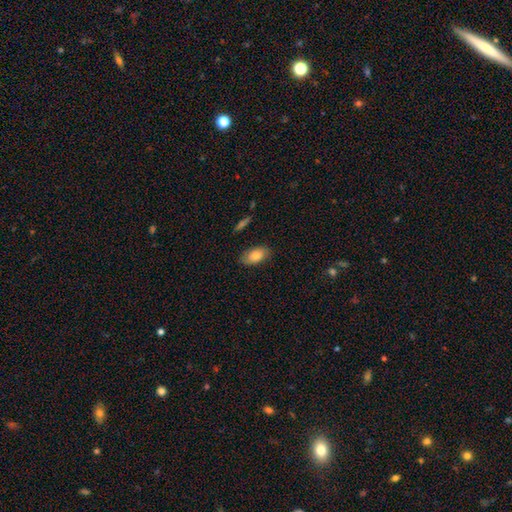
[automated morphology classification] This appears to be a smooth galaxy with no disk features (80%) that is in between round and cigar-shaped (93%). Merging: none (82%).